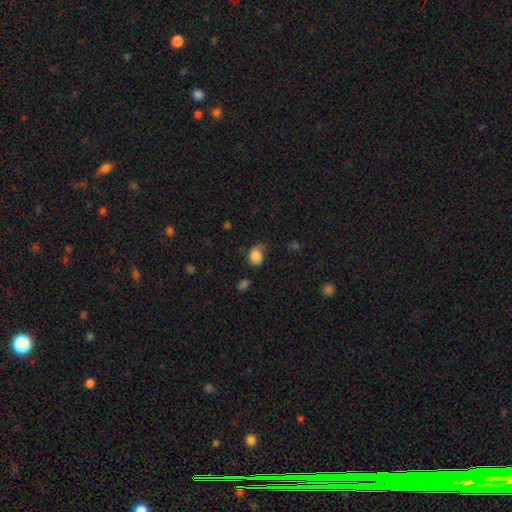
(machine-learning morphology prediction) Q: Smooth or featured?
A: smooth (80%); runner-up: featured or disk (11%)
Q: How rounded?
A: in between (50%); runner-up: round (49%)
Q: Merging?
A: none (48%); runner-up: minor disturbance (36%)